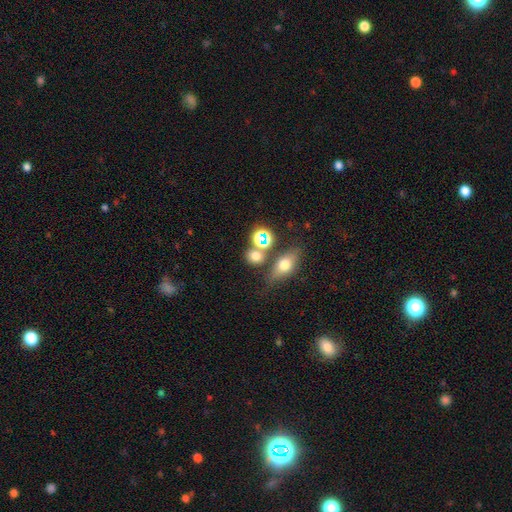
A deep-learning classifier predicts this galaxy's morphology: This is likely a smooth galaxy (68%). How rounded: possibly round (59%). Merging: likely none (65%).